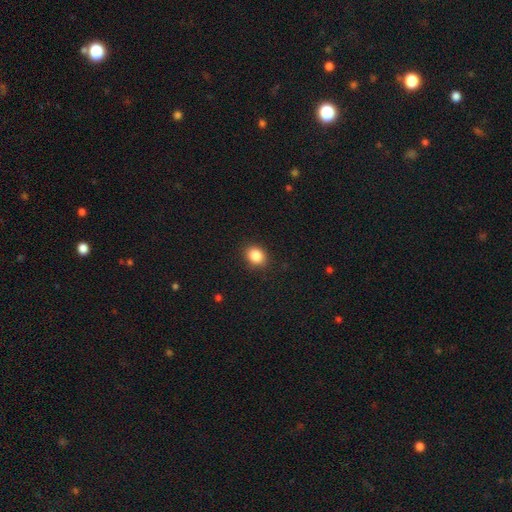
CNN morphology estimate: Overall: smooth (86%). How rounded: round (53%; in between 46%). Merging: none (88%).